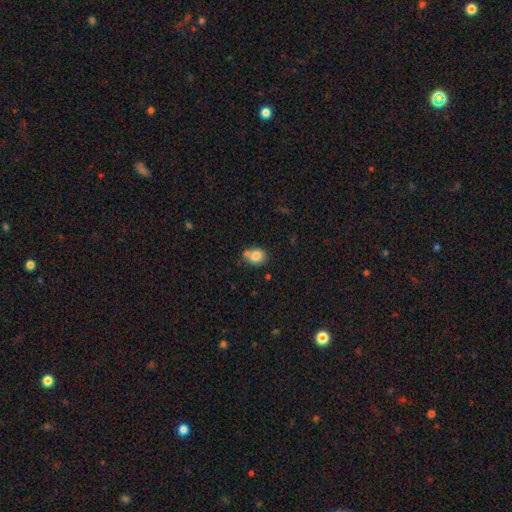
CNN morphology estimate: Smooth or featured? Predicted: smooth (p=0.79). How rounded? Predicted: round (p=0.61). Merging? Predicted: none (p=0.53).